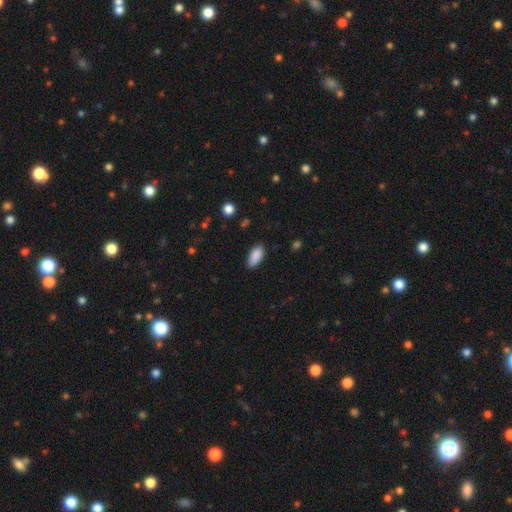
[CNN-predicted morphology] This is clearly a smooth galaxy (89%). How rounded: clearly in between (90%). Merging: clearly none (81%).